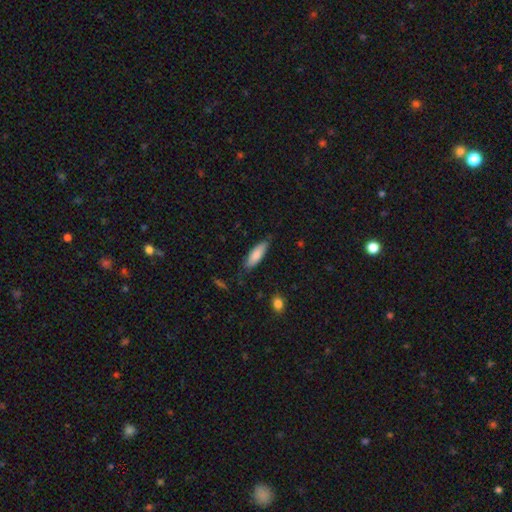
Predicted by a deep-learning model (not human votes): Smooth or featured: smooth — 84% (featured or disk — 11%)
How rounded: in between — 56% (cigar-shaped — 43%)
Merging: none — 78% (minor disturbance — 17%)